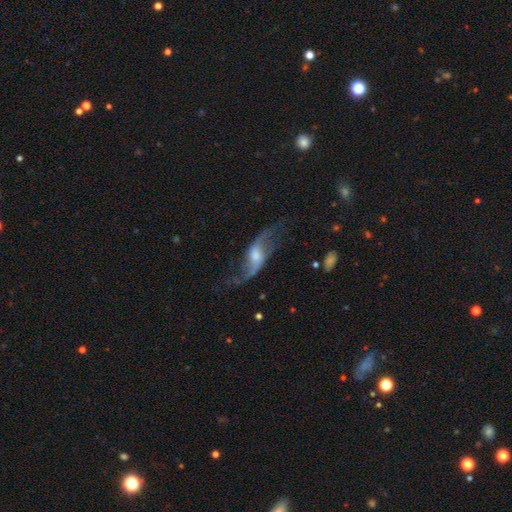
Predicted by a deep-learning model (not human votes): Morphology: type=featured or disk (85%); edge-on=no (88%); bar=weak (42%, tied with no); spiral arms=yes (94%); winding=loose (86%); arm count=2 (92%); bulge=moderate (51%); merging=none (64%).